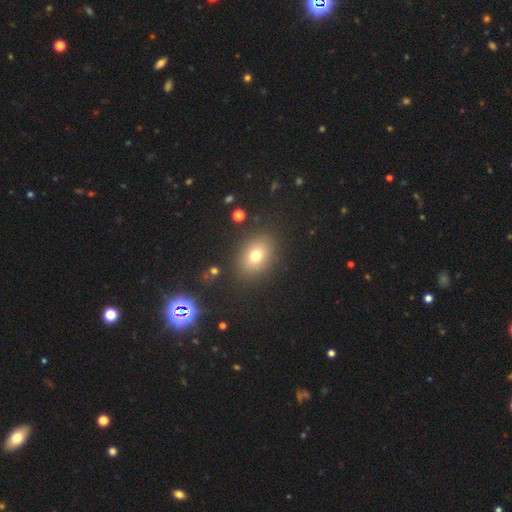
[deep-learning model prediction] This is likely a smooth galaxy (74%). How rounded: likely in between (64%). Merging: clearly none (86%).